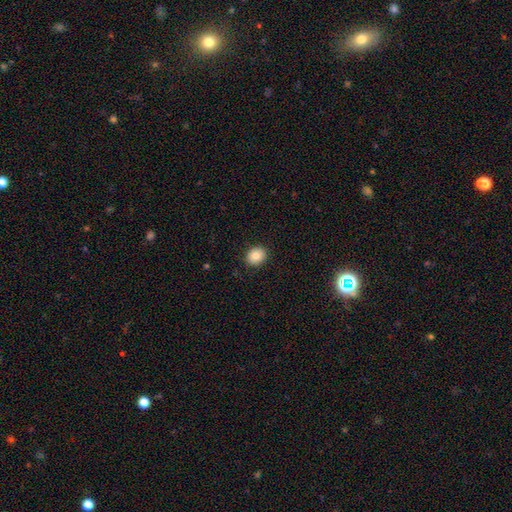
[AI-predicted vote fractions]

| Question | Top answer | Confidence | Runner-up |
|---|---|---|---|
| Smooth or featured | smooth | 84% | star or artifact (9%) |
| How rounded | round | 57% | in between (42%) |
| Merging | none | 90% | minor disturbance (7%) |